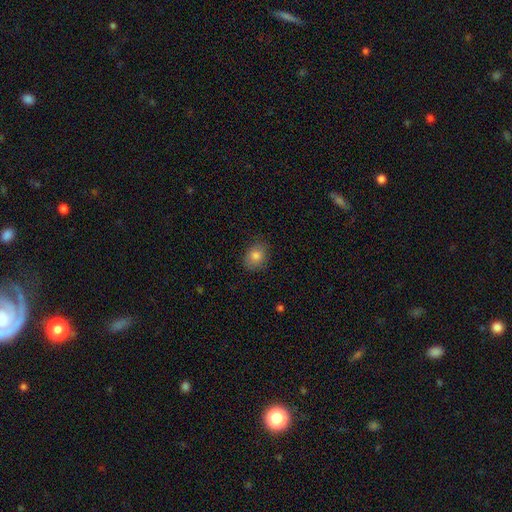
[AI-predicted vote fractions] A smooth galaxy with no disk features (83%) that is in between round and cigar-shaped (55%). Merging: none (81%).